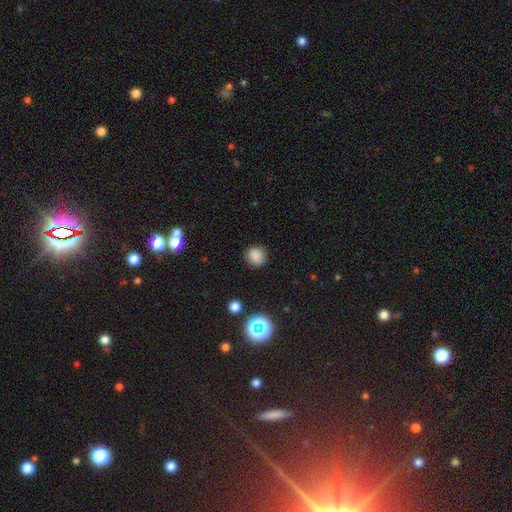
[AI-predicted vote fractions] smooth 83%, star or artifact 13%, featured or disk 4%. Down the decision tree: how rounded — round (85%); merging — none (86%).